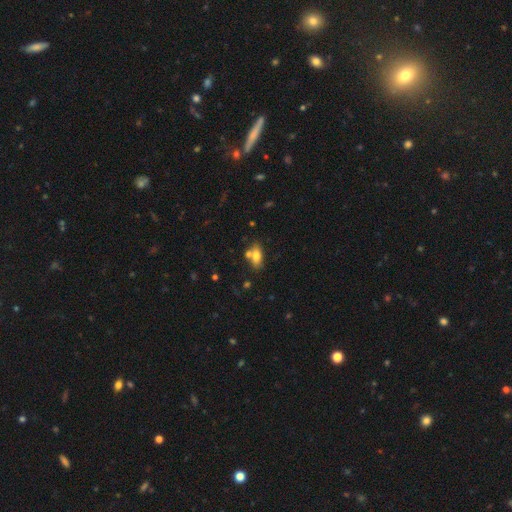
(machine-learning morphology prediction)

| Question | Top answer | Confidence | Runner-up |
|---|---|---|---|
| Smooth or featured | smooth | 74% | featured or disk (16%) |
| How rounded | in between | 84% | cigar-shaped (10%) |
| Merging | none | 57% | merger (24%) |